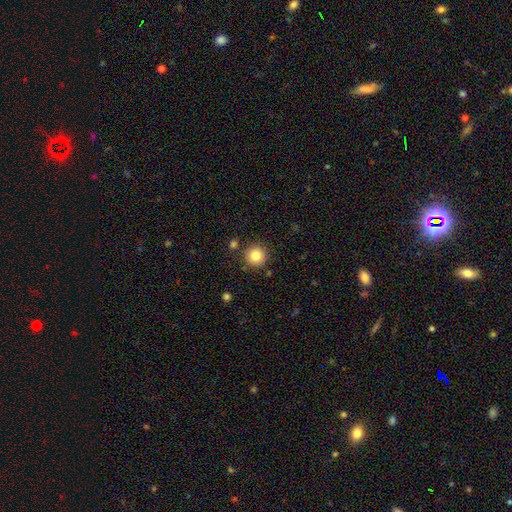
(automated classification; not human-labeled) A smooth galaxy with no disk features (82%) that is round (95%).

Vote fractions:
- Smooth or featured? smooth: 82% / star or artifact: 11% / featured or disk: 7%
- How rounded? round: 95% / in between: 4% / cigar-shaped: 1%
- Merging? none: 86% / minor disturbance: 7% / merger: 4% / major disturbance: 2%